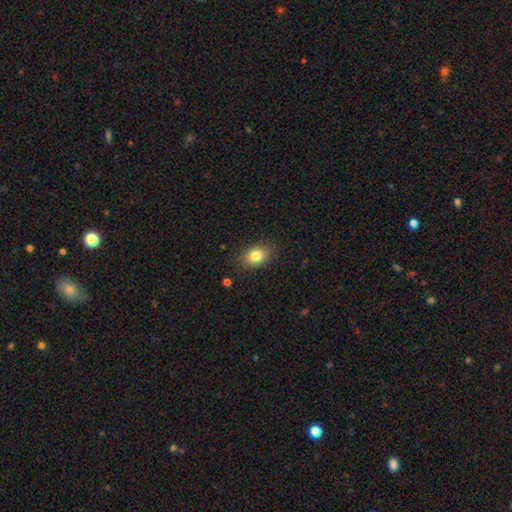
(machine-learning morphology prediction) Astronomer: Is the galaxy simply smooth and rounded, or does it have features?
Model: smooth — 82%.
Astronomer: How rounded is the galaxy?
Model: in between — 65%.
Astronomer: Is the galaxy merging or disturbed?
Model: none — 84%.